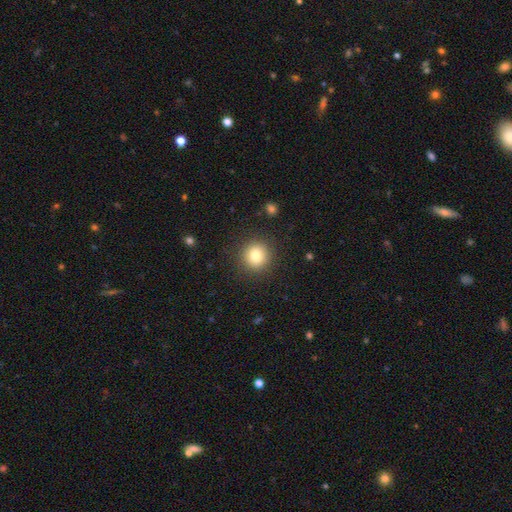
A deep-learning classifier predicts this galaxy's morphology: Smooth or featured? Predicted: smooth (p=0.80). How rounded? Predicted: round (p=0.93). Merging? Predicted: none (p=0.90).